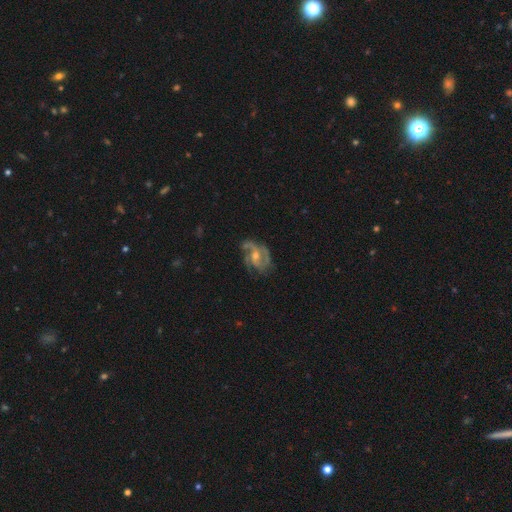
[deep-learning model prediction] featured or disk 85%, smooth 8%, star or artifact 7%. Down the decision tree: edge-on disk — no (97%); bar — no (48%); spiral arms — yes (96%); spiral arm count — 2 (39%); spiral winding — medium (51%); bulge size — moderate (56%); merging — none (64%).